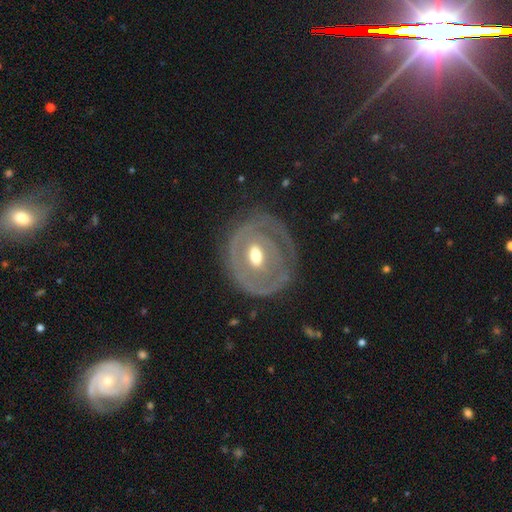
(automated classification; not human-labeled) Q: Smooth or featured?
A: featured or disk (78%); runner-up: smooth (17%)
Q: Edge-on disk?
A: no (96%); runner-up: yes (4%)
Q: Bar?
A: no (41%); runner-up: weak (40%)
Q: Spiral arms?
A: yes (64%); runner-up: no (36%)
Q: Bulge size?
A: moderate (72%); runner-up: small (17%)
Q: Merging?
A: none (66%); runner-up: minor disturbance (20%)